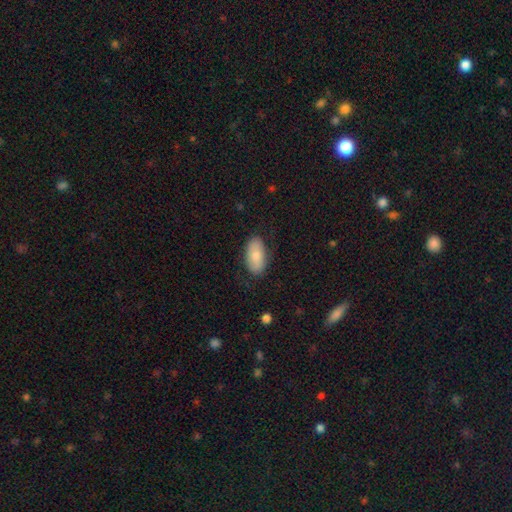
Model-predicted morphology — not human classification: A smooth galaxy with no disk features (77%) that is in between round and cigar-shaped (94%).

Vote fractions:
- Smooth or featured? smooth: 77% / featured or disk: 17% / star or artifact: 6%
- How rounded? in between: 94% / round: 3% / cigar-shaped: 2%
- Merging? none: 82% / minor disturbance: 14% / major disturbance: 3% / merger: 1%